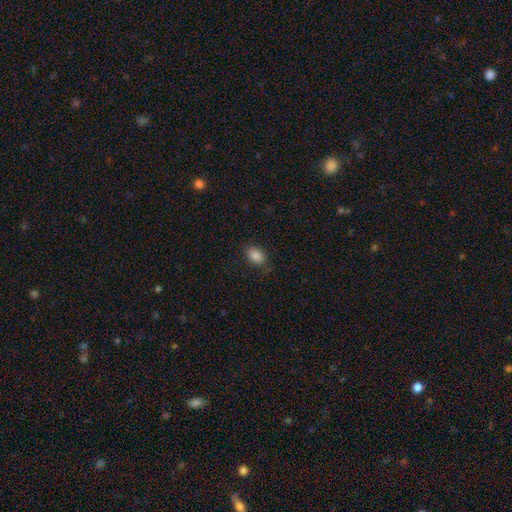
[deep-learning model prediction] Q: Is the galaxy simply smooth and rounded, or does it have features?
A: smooth — 86%.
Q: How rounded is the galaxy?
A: in between — 79%.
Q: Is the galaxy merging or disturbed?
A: none — 80%.